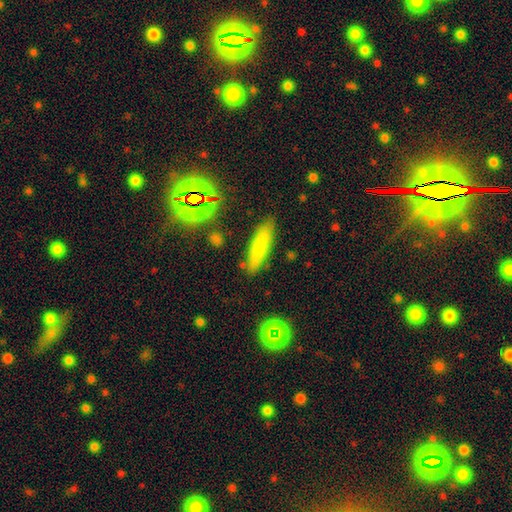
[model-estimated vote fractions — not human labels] Smooth or featured?
  - smooth: 76% *
  - featured or disk: 14%
  - star or artifact: 9%
How rounded?
  - cigar-shaped: 70% *
  - in between: 27%
  - round: 2%
Merging?
  - none: 82% *
  - minor disturbance: 11%
  - merger: 3%
  - major disturbance: 3%